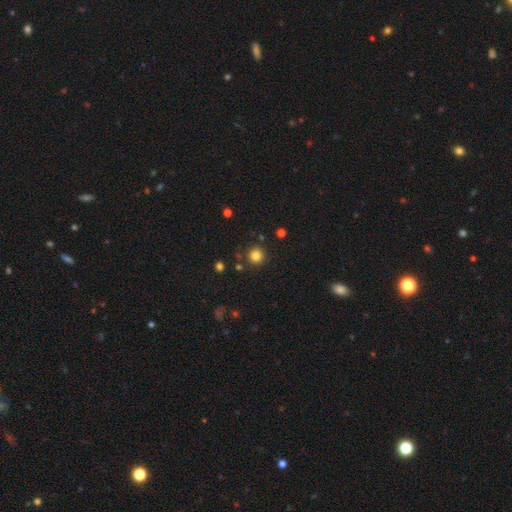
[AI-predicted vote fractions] Smooth or featured? smooth (82%)
How rounded? round (94%)
Merging? none (86%)